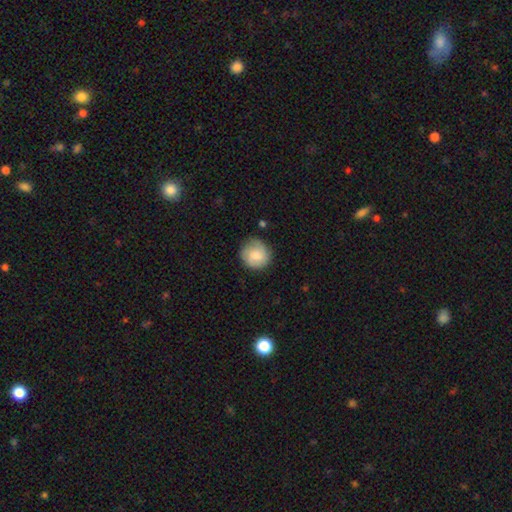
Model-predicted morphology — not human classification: smooth 75%, featured or disk 19%, star or artifact 6%. Down the decision tree: how rounded — round (92%); merging — none (78%).